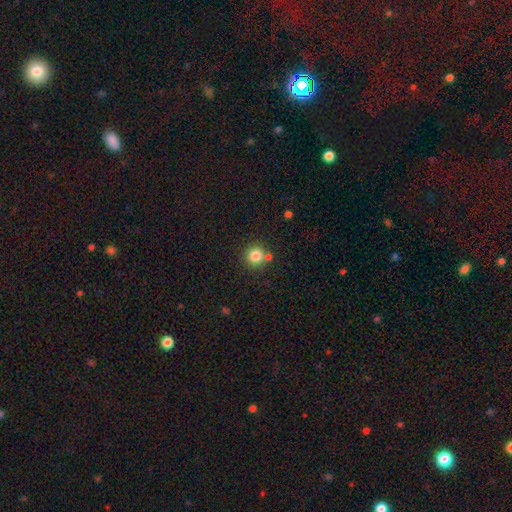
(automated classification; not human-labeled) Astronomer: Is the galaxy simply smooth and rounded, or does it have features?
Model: smooth — 82%.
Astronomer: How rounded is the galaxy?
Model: round — 93%.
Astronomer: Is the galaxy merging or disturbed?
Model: none — 75%.